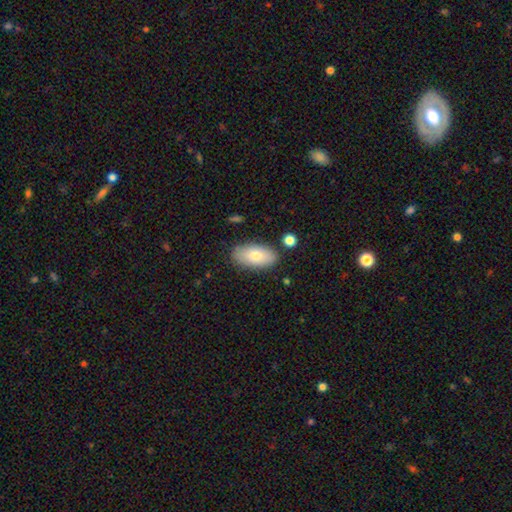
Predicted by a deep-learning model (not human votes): Smooth or featured? Predicted: smooth (p=0.76). How rounded? Predicted: in between (p=0.94). Merging? Predicted: none (p=0.84).